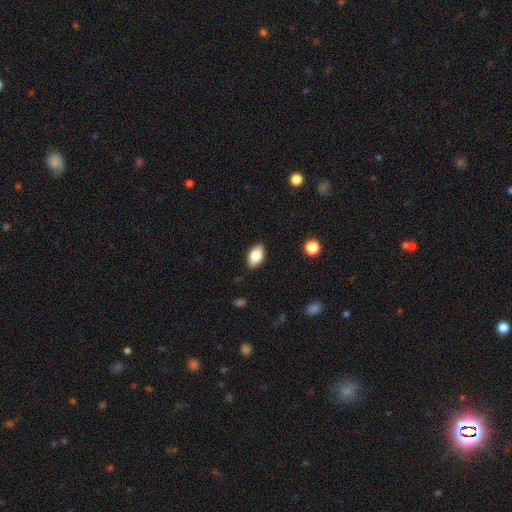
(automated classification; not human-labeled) smooth 81%, featured or disk 12%, star or artifact 7%. Down the decision tree: how rounded — in between (91%); merging — none (86%).